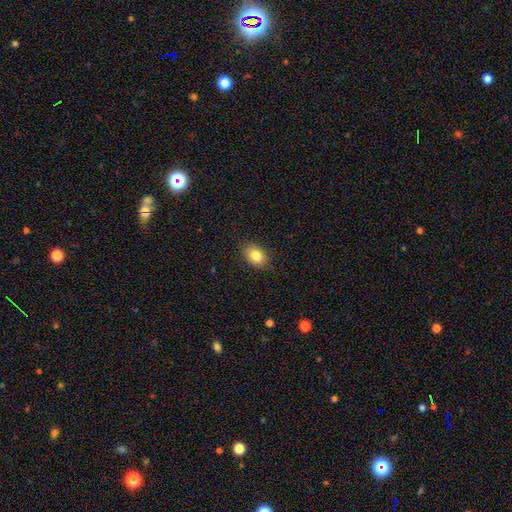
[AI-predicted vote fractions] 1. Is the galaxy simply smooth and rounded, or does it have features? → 83% smooth, 9% star or artifact, 8% featured or disk.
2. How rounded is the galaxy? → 74% in between, 25% round, 1% cigar-shaped.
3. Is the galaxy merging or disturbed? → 86% none, 11% minor disturbance, 2% major disturbance, 1% merger.